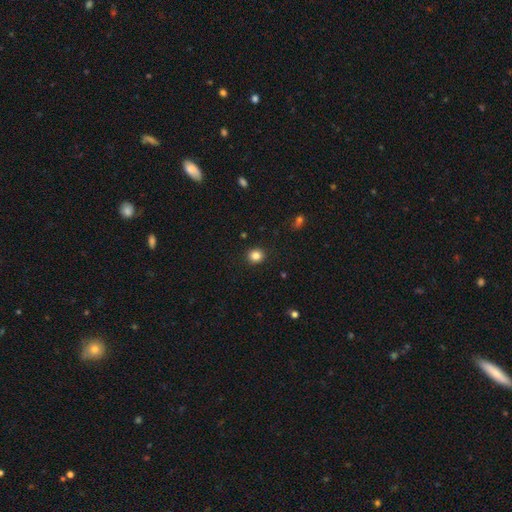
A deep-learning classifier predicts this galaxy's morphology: smooth_or_featured: smooth (p=0.84) [alt: star or artifact p=0.11]
how_rounded: round (p=0.85) [alt: in between p=0.14]
merging: none (p=0.91) [alt: minor disturbance p=0.06]